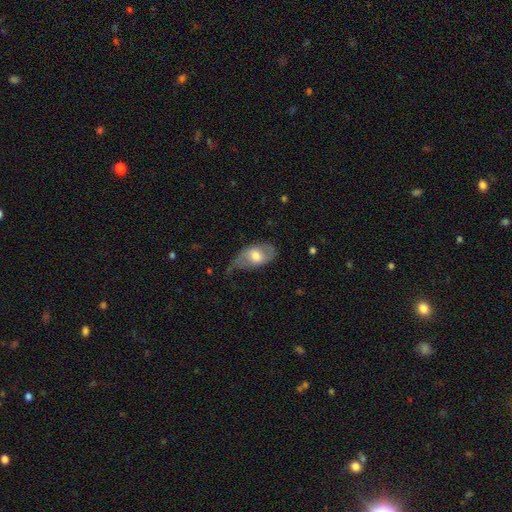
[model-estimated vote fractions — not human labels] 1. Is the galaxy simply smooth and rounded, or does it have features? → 57% smooth, 37% featured or disk, 6% star or artifact.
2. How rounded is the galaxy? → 91% in between, 6% round, 2% cigar-shaped.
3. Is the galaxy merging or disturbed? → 38% none (tied), 38% minor disturbance (tied), 21% major disturbance, 3% merger.